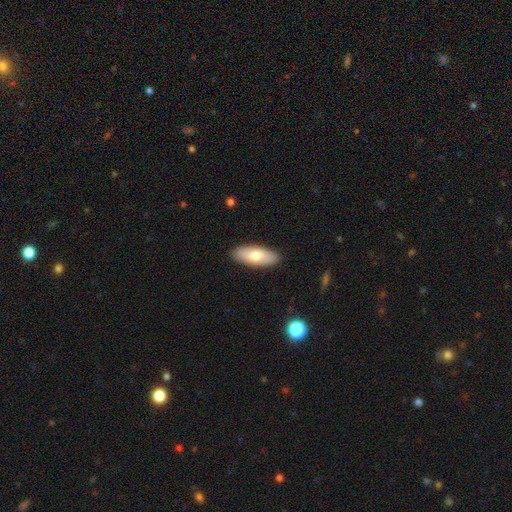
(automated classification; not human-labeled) Smooth or featured? Predicted: smooth (p=0.74). How rounded? Predicted: in between (p=0.78). Merging? Predicted: none (p=0.90).